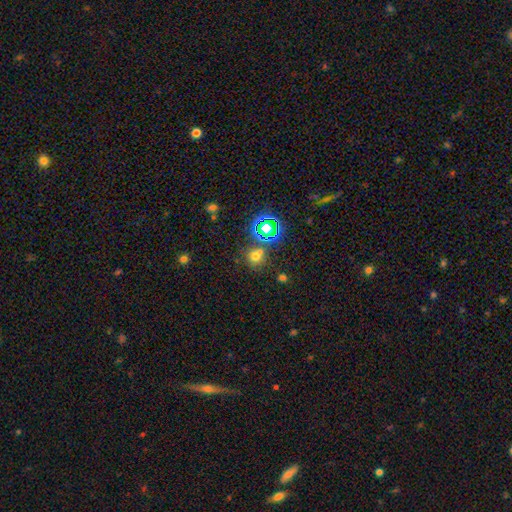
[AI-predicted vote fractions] smooth_or_featured: smooth (p=0.58) [alt: star or artifact p=0.34]
how_rounded: round (p=0.81) [alt: in between p=0.18]
merging: none (p=0.65) [alt: merger p=0.20]